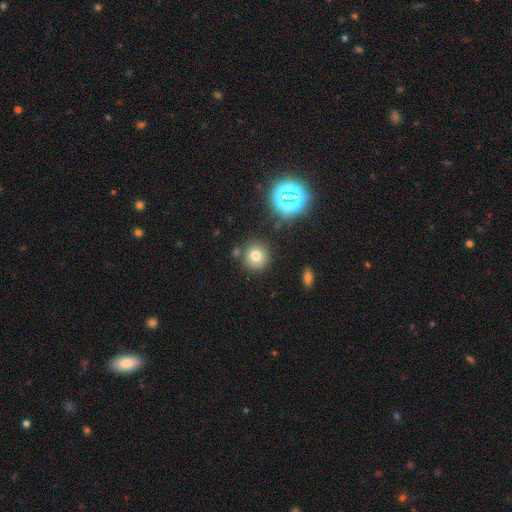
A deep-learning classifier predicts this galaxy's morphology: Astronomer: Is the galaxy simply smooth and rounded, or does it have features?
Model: smooth — 74%.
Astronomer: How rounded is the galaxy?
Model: round — 92%.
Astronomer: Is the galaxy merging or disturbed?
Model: none — 82%.